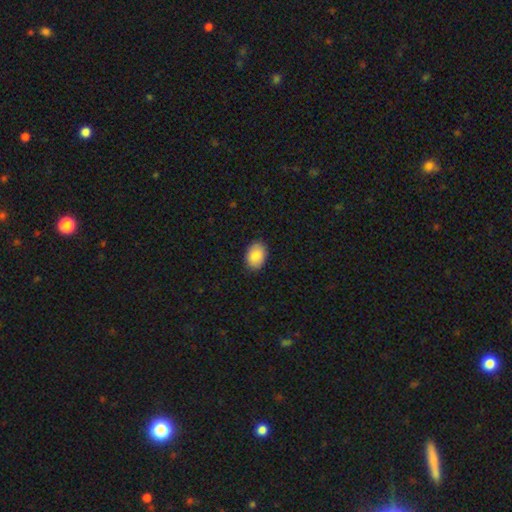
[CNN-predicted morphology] Overall: smooth (88%). How rounded: in between (82%). Merging: none (88%).